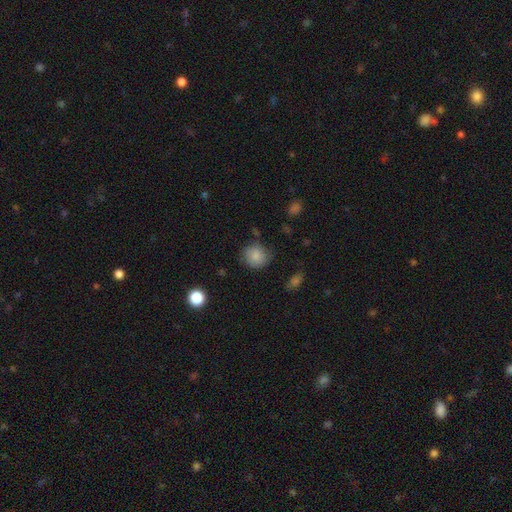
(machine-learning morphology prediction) Smooth or featured?
  - smooth: 85% *
  - star or artifact: 9%
  - featured or disk: 6%
How rounded?
  - round: 84% *
  - in between: 15%
  - cigar-shaped: 1%
Merging?
  - none: 76% *
  - minor disturbance: 17%
  - major disturbance: 4%
  - merger: 2%